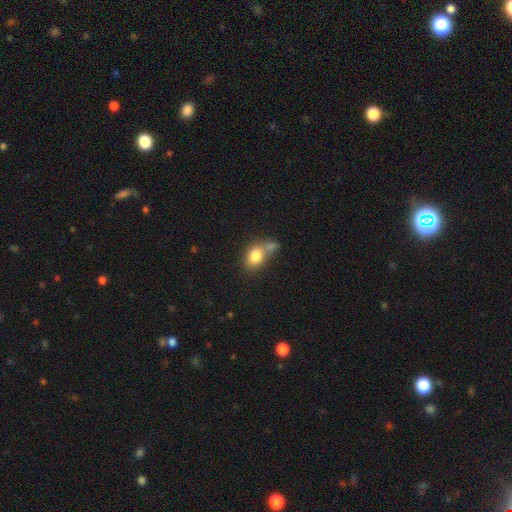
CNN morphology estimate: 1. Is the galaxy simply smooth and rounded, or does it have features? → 80% smooth, 11% featured or disk, 9% star or artifact.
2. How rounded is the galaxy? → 71% in between, 28% round, 2% cigar-shaped.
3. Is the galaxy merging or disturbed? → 44% merger, 34% none, 15% minor disturbance, 8% major disturbance.